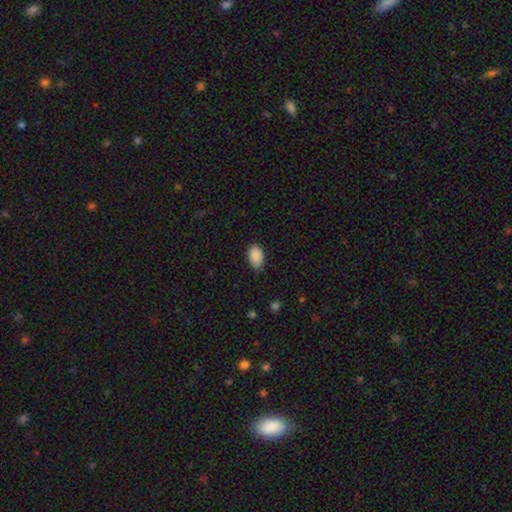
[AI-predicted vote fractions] Smooth or featured? Predicted: smooth (p=0.89). How rounded? Predicted: in between (p=0.92). Merging? Predicted: none (p=0.81).